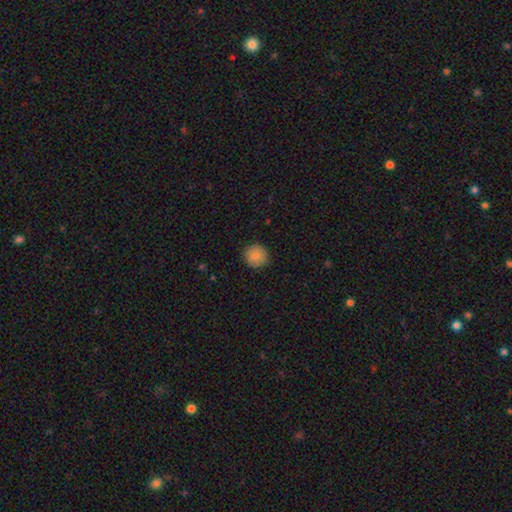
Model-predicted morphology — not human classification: smooth-or-featured: smooth: 86% | star or artifact: 8% | featured or disk: 6%
  how-rounded: round: 93% | in between: 7% | cigar-shaped: 1%
  merging: none: 89% | minor disturbance: 8% | major disturbance: 2% | merger: 1%